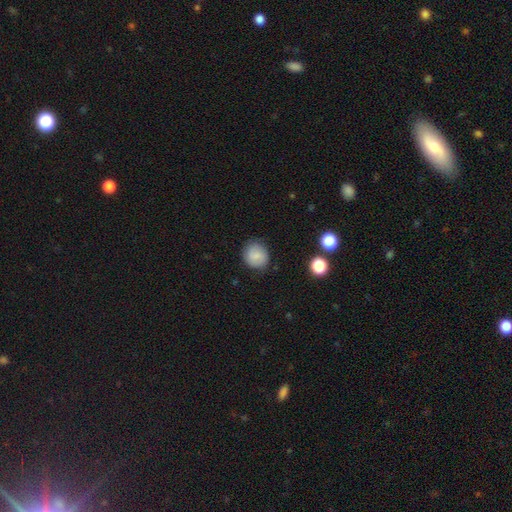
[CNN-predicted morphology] type=smooth (83%); roundness=round (84%); merging=none (83%).